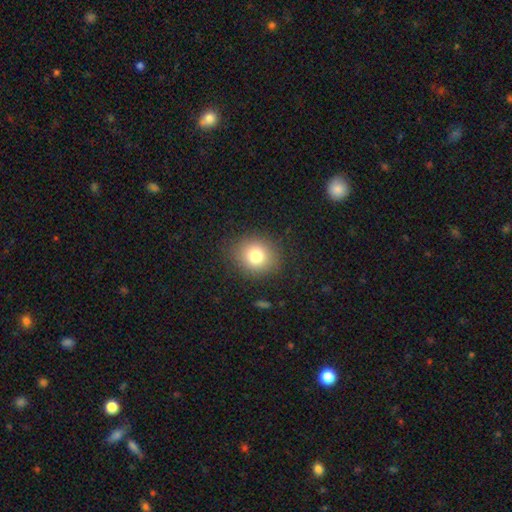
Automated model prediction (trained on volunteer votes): A smooth galaxy with no disk features (78%) that is round (81%). Merging: none (87%).